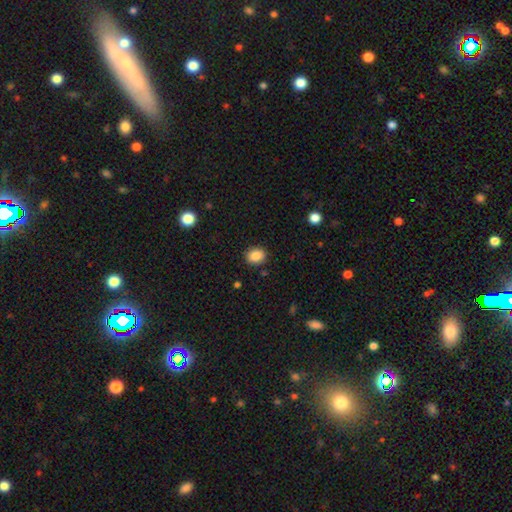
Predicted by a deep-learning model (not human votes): A smooth galaxy with no disk features (86%) that is round (60%). Merging: none (89%).